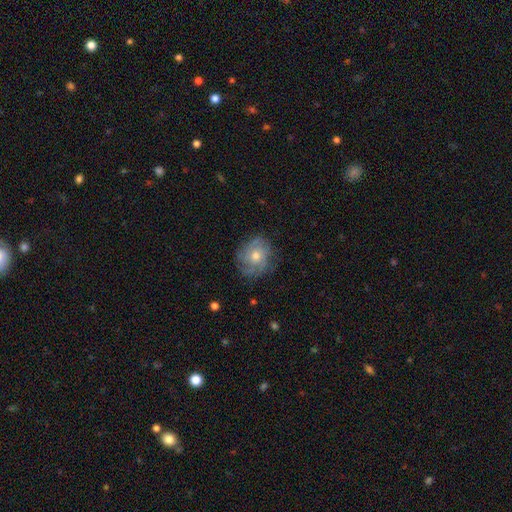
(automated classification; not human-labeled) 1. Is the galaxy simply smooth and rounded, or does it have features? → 62% featured or disk, 30% smooth, 8% star or artifact.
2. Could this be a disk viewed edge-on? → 97% no, 3% yes.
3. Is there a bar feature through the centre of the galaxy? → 83% no, 15% weak, 2% strong.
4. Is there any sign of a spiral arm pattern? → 83% yes, 17% no.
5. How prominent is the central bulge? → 63% moderate, 29% small, 5% large, 2% none, 1% dominant.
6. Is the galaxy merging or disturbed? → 72% none, 19% minor disturbance, 8% major disturbance, 1% merger.